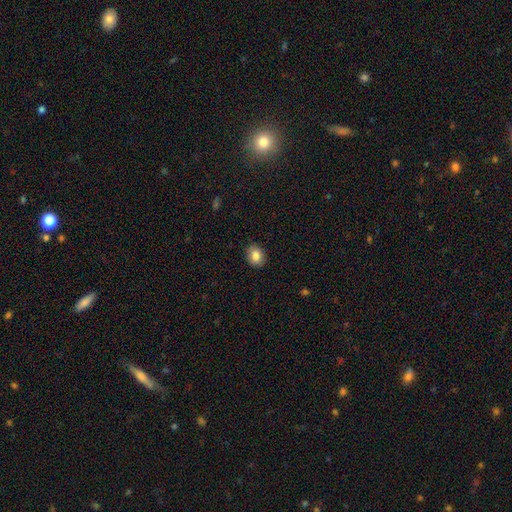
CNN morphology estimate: This is clearly a smooth galaxy (84%). How rounded: possibly round (50%). Merging: clearly none (89%).